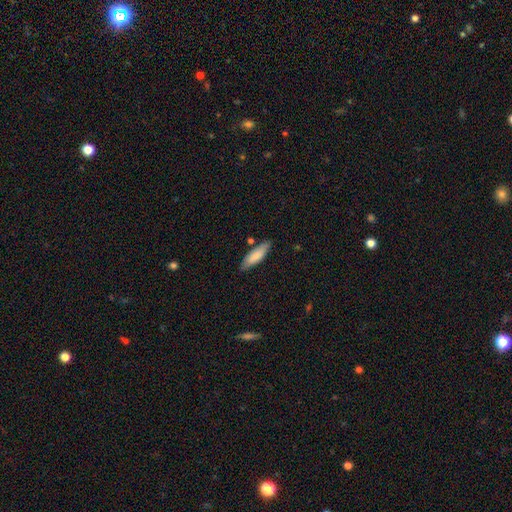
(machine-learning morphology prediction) smooth 80%, featured or disk 14%, star or artifact 6%. Down the decision tree: how rounded — cigar-shaped (53%); merging — none (80%).